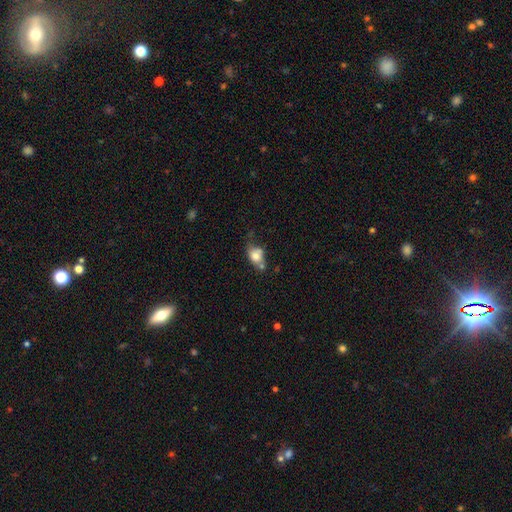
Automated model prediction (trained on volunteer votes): This appears to be a smooth galaxy with no disk features (74%) that is in between round and cigar-shaped (59%). Merging: none (39%).